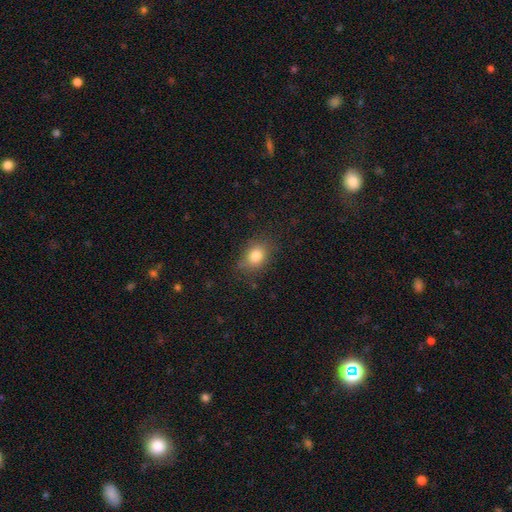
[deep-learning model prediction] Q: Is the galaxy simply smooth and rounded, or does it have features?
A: smooth — 81%.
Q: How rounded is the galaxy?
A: in between — 57%.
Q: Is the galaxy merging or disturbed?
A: none — 78%.